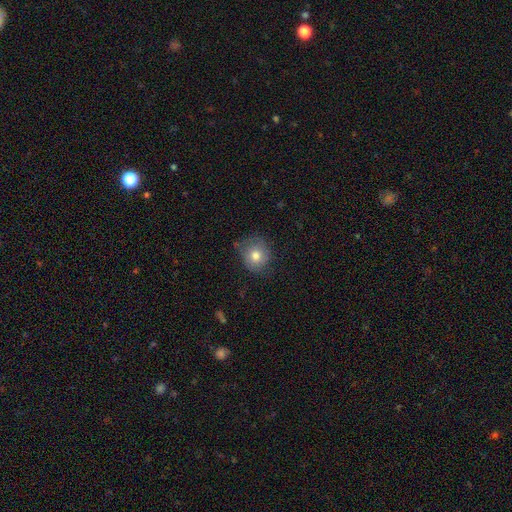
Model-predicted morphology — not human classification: smooth_or_featured: smooth (p=0.77) [alt: featured or disk p=0.13]
how_rounded: round (p=0.80) [alt: in between p=0.19]
merging: none (p=0.67) [alt: minor disturbance p=0.25]